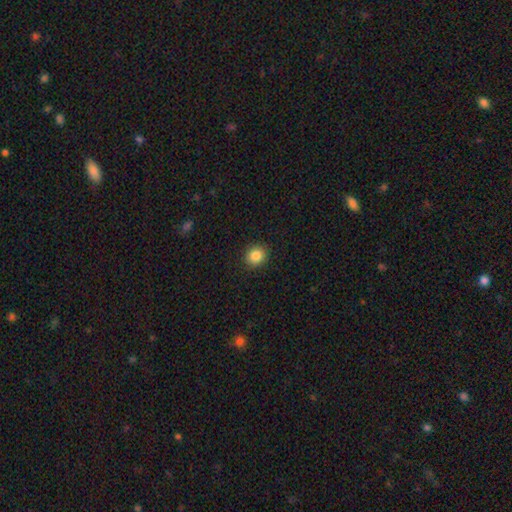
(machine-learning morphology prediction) Smooth or featured?
  - smooth: 86% *
  - star or artifact: 10%
  - featured or disk: 5%
How rounded?
  - round: 80% *
  - in between: 20%
  - cigar-shaped: 1%
Merging?
  - none: 91% *
  - minor disturbance: 6%
  - major disturbance: 2%
  - merger: 1%